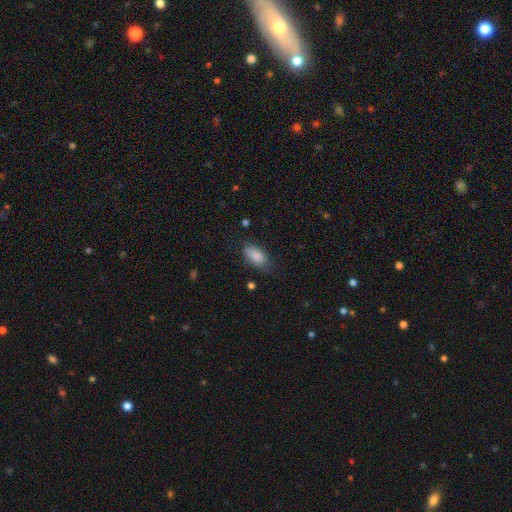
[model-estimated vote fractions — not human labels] smooth-or-featured: smooth: 86% | star or artifact: 7% | featured or disk: 7%
  how-rounded: in between: 91% | cigar-shaped: 4% | round: 4%
  merging: none: 74% | minor disturbance: 20% | major disturbance: 5% | merger: 1%